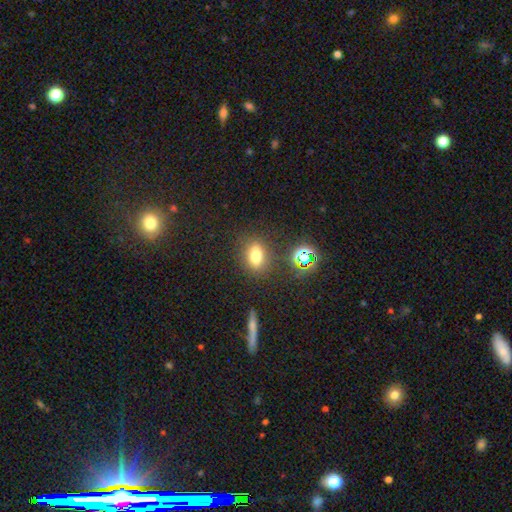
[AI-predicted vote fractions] The model was most divided on "how rounded": in between: 64%, round: 32%, cigar-shaped: 4%. More confident: merging — none (82%); smooth or featured — smooth (72%).